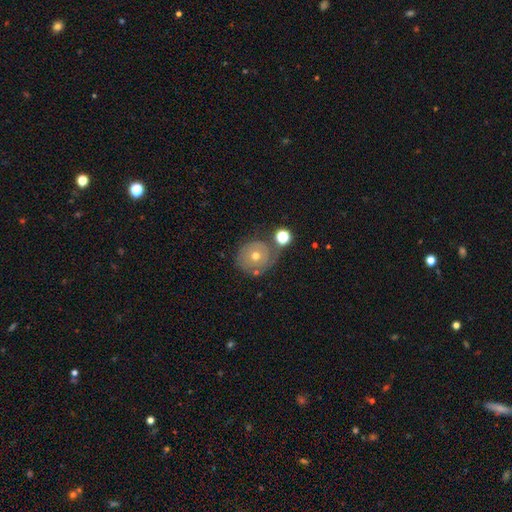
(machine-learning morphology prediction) This is possibly a featured or disk galaxy (56%). It is clearly not viewed edge-on (96%). Bar: clearly no (89%). Spiral arm pattern: likely yes (60%). Central bulge: likely moderate (60%). Merging: likely none (68%).